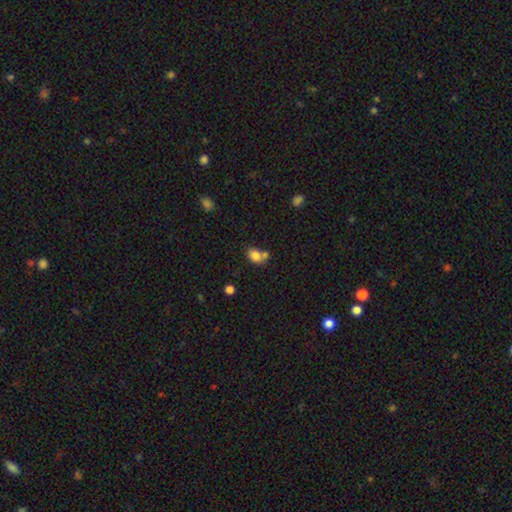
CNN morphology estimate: type=smooth (80%); roundness=in between (73%); merging=none (43%).